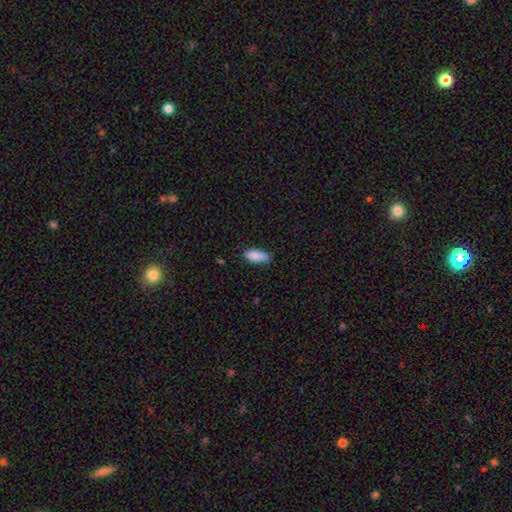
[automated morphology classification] The model was most divided on "how rounded": in between: 68%, cigar-shaped: 30%, round: 2%. More confident: smooth or featured — smooth (88%); merging — none (80%).